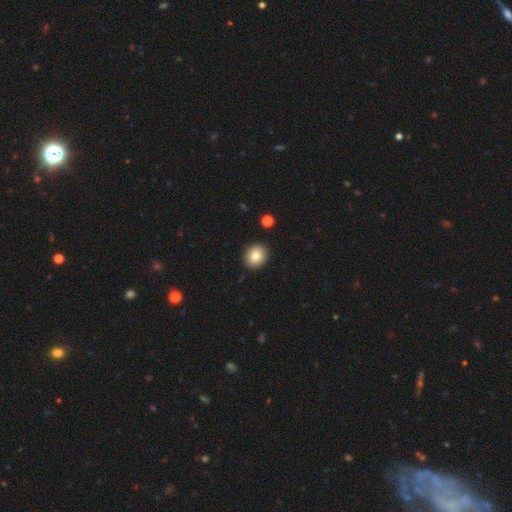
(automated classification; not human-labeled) A smooth galaxy with no disk features (81%) that is round (76%).

Vote fractions:
- Smooth or featured? smooth: 81% / star or artifact: 10% / featured or disk: 10%
- How rounded? round: 76% / in between: 23% / cigar-shaped: 1%
- Merging? none: 91% / minor disturbance: 6% / major disturbance: 2% / merger: 2%